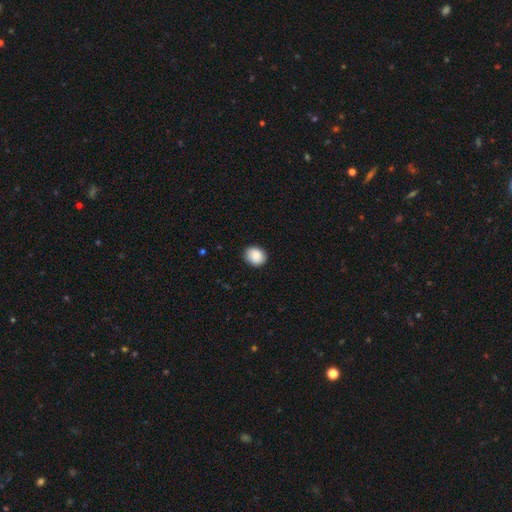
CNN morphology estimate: Q: Smooth or featured?
A: smooth (88%); runner-up: star or artifact (7%)
Q: How rounded?
A: round (66%); runner-up: in between (33%)
Q: Merging?
A: none (88%); runner-up: minor disturbance (9%)